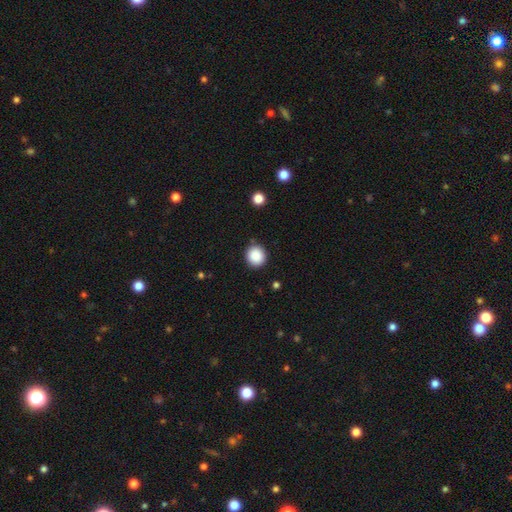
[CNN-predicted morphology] smooth 88%, star or artifact 9%, featured or disk 3%. Down the decision tree: how rounded — round (91%); merging — none (89%).